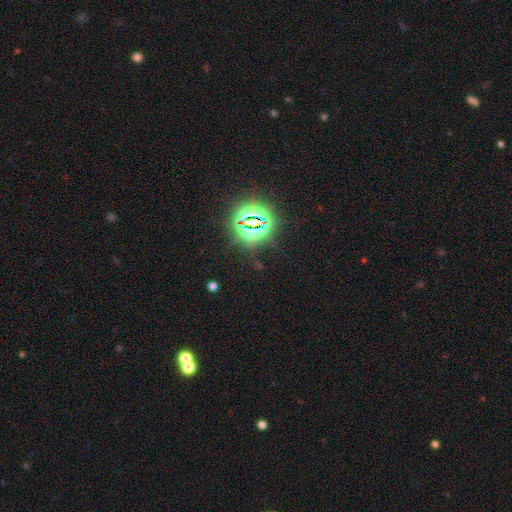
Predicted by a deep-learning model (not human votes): Q: Smooth or featured?
A: star or artifact (80%); runner-up: smooth (12%)